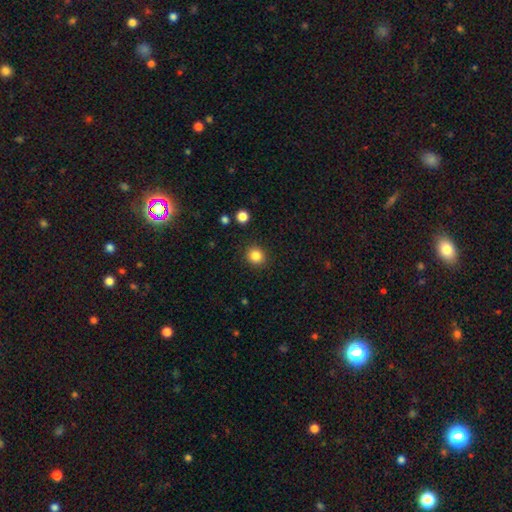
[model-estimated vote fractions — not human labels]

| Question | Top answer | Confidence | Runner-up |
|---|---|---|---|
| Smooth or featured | smooth | 85% | star or artifact (11%) |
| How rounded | round | 85% | in between (14%) |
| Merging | none | 90% | minor disturbance (6%) |